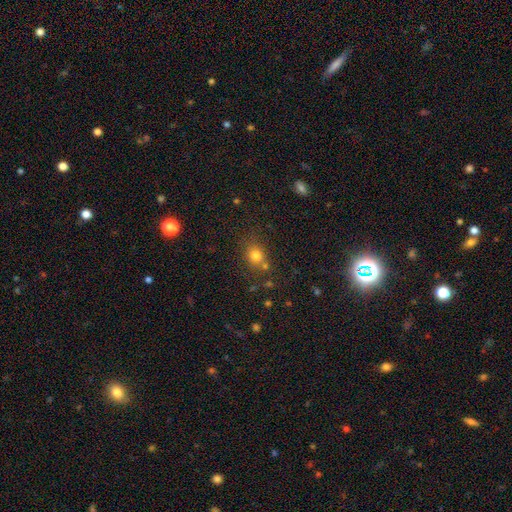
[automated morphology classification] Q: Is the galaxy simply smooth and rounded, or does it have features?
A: smooth — 77%.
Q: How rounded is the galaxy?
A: round — 69%.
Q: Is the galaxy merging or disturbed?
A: none — 66%.